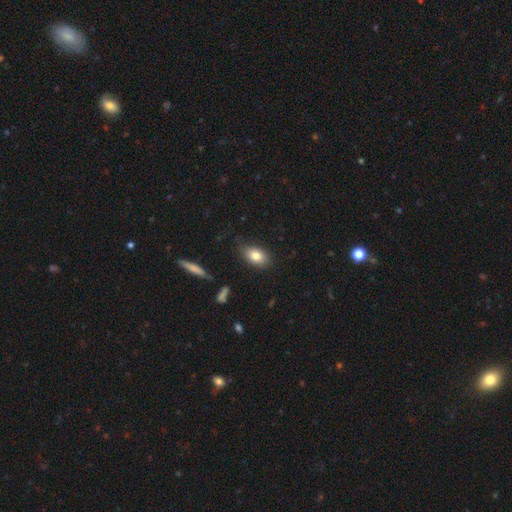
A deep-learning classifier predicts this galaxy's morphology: smooth 81%, featured or disk 10%, star or artifact 9%. Down the decision tree: how rounded — in between (86%); merging — none (80%).